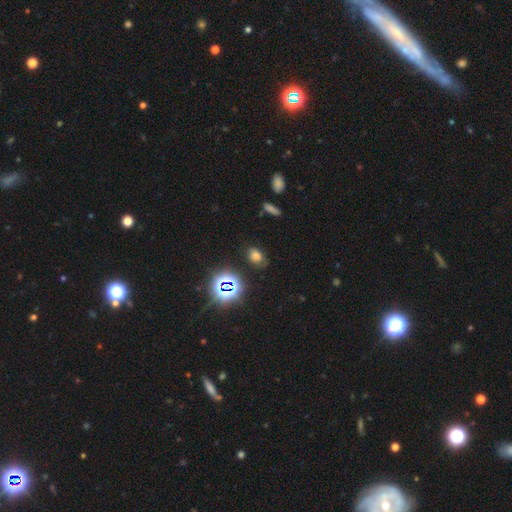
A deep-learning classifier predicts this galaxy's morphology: Smooth or featured? Predicted: smooth (p=0.61). How rounded? Predicted: in between (p=0.76). Merging? Predicted: none (p=0.72).